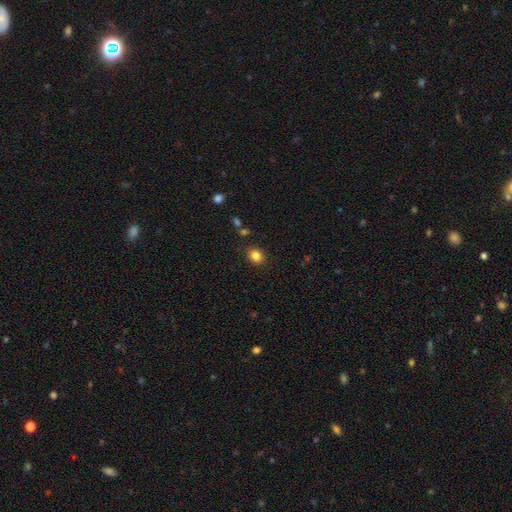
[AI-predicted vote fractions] This is clearly a smooth galaxy (84%). How rounded: possibly round (58%). Merging: clearly none (87%).